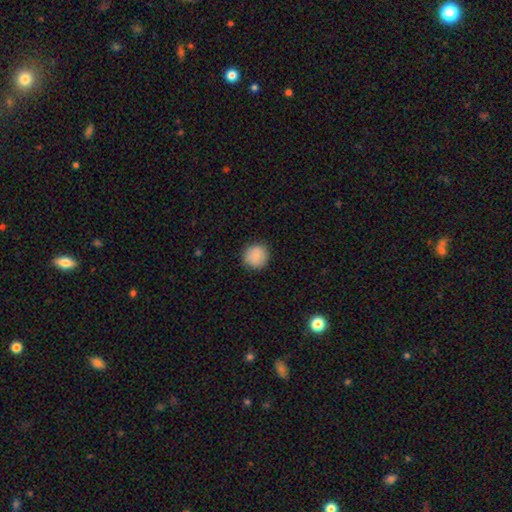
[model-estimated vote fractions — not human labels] Morphology: type=smooth (87%); roundness=round (94%); merging=none (90%).